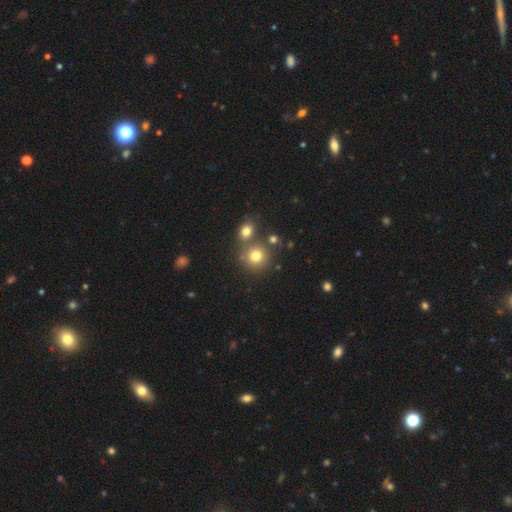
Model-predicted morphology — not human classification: smooth-or-featured: smooth: 77% | star or artifact: 14% | featured or disk: 9%
  how-rounded: round: 89% | in between: 10% | cigar-shaped: 1%
  merging: none: 65% | merger: 23% | minor disturbance: 8% | major disturbance: 3%